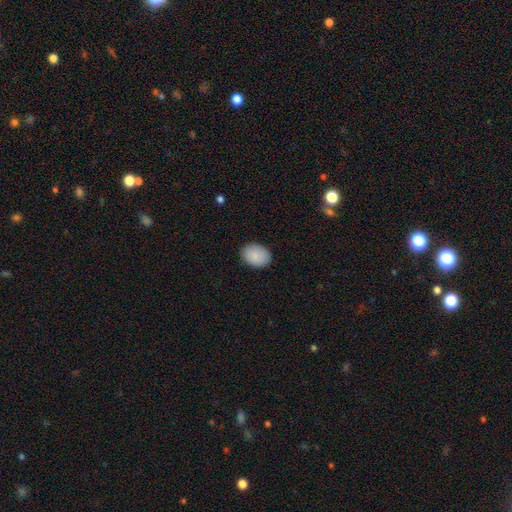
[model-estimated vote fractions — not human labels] Q: Smooth or featured?
A: smooth (89%); runner-up: star or artifact (6%)
Q: How rounded?
A: in between (71%); runner-up: round (28%)
Q: Merging?
A: none (89%); runner-up: minor disturbance (9%)